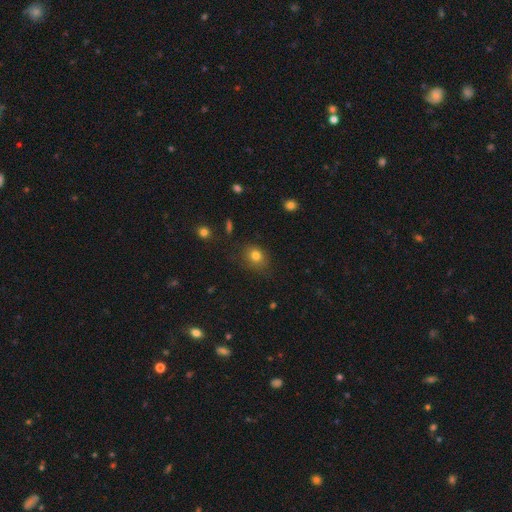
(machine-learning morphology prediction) Smooth or featured: smooth — 79% (star or artifact — 12%)
How rounded: round — 58% (in between — 41%)
Merging: none — 77% (minor disturbance — 17%)